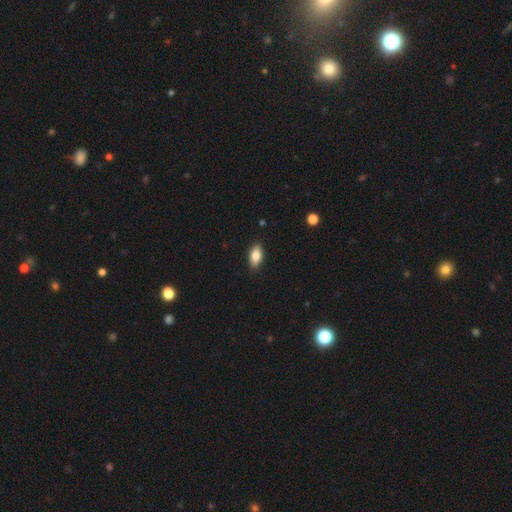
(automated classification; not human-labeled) smooth-or-featured: smooth: 85% | featured or disk: 8% | star or artifact: 7%
  how-rounded: in between: 89% | cigar-shaped: 7% | round: 3%
  merging: none: 87% | minor disturbance: 10% | major disturbance: 2% | merger: 1%